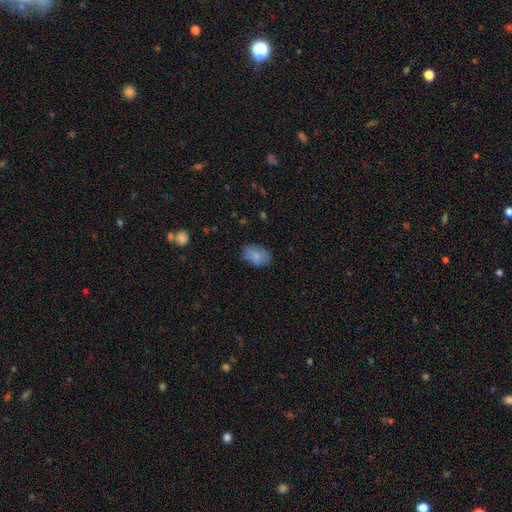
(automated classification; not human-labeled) Smooth or featured? Predicted: smooth (p=0.80). How rounded? Predicted: in between (p=0.86). Merging? Predicted: none (p=0.74).